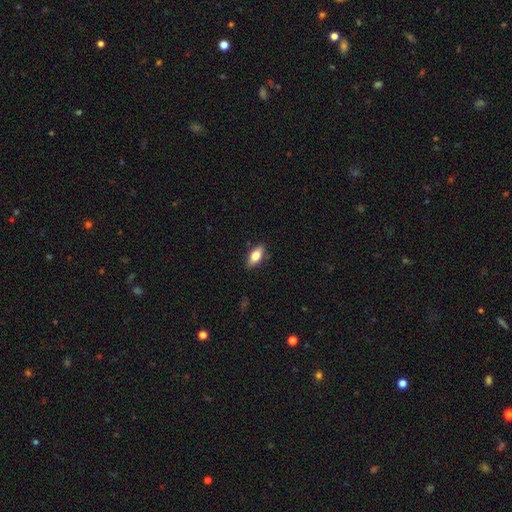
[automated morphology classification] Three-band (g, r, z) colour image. It shows a smooth galaxy with no disk features (72%) that is in between round and cigar-shaped (83%). Merging: none (85%).